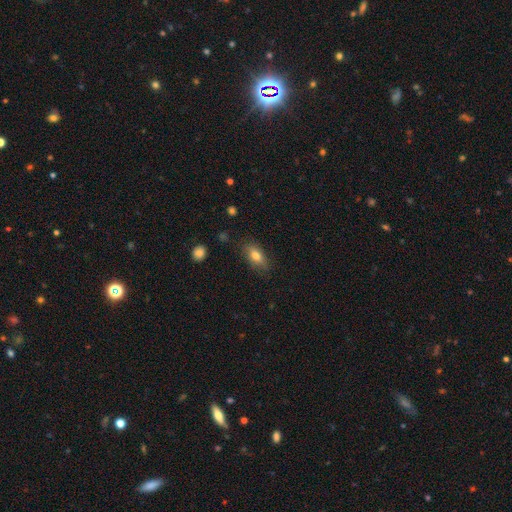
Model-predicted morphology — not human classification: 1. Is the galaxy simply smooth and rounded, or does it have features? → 77% smooth, 15% featured or disk, 8% star or artifact.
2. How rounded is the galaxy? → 86% in between, 8% cigar-shaped, 6% round.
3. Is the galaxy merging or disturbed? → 80% none, 15% minor disturbance, 3% major disturbance, 1% merger.